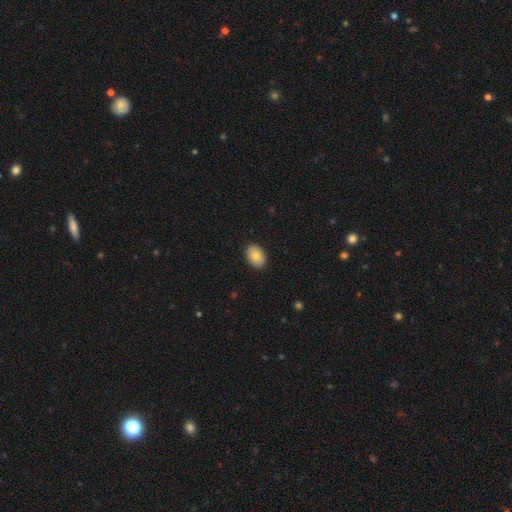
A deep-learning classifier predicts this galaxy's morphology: Smooth or featured? Predicted: smooth (p=0.85). How rounded? Predicted: in between (p=0.83). Merging? Predicted: none (p=0.90).